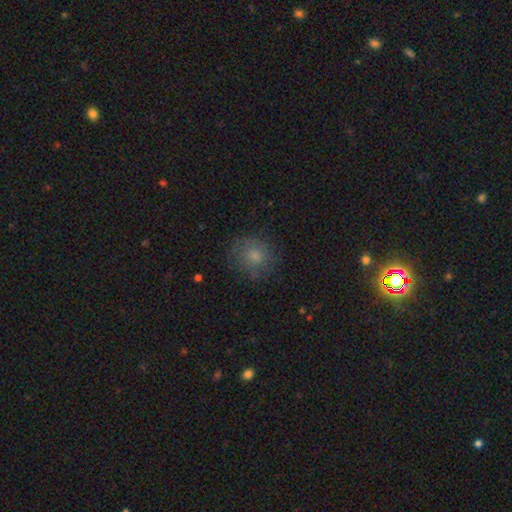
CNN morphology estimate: The model was most divided on "smooth or featured": smooth: 74%, featured or disk: 14%, star or artifact: 12%. More confident: how rounded — round (85%); merging — none (77%).